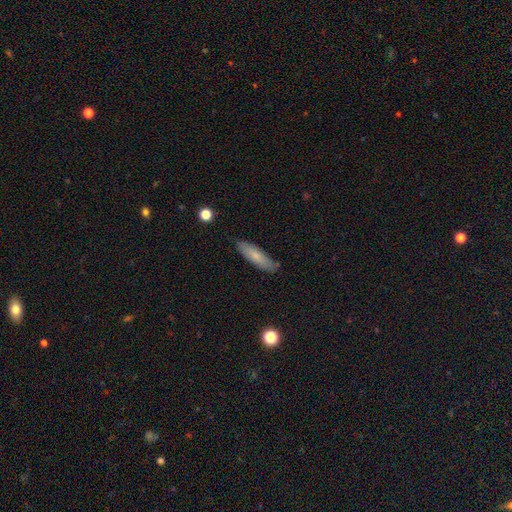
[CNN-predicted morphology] smooth 73%, featured or disk 21%, star or artifact 6%. Down the decision tree: how rounded — cigar-shaped (68%); merging — none (83%).